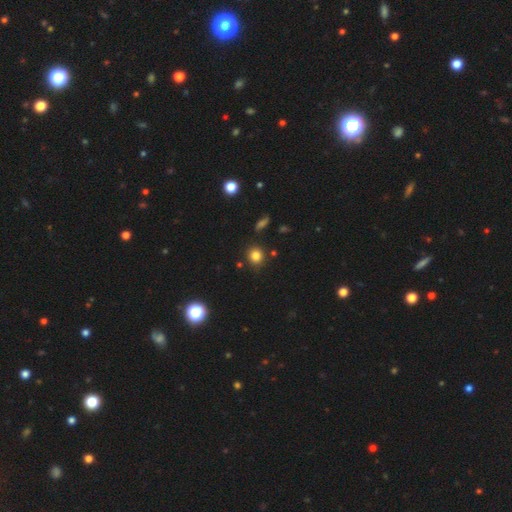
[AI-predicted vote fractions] smooth-or-featured: smooth: 82% | star or artifact: 13% | featured or disk: 5%
  how-rounded: round: 84% | in between: 15% | cigar-shaped: 1%
  merging: none: 86% | minor disturbance: 8% | merger: 3% | major disturbance: 2%